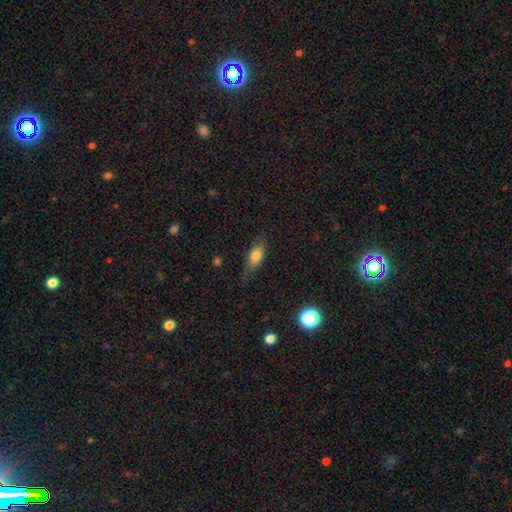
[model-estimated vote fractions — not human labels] smooth 69%, featured or disk 23%, star or artifact 8%. Down the decision tree: how rounded — in between (72%); merging — none (64%).